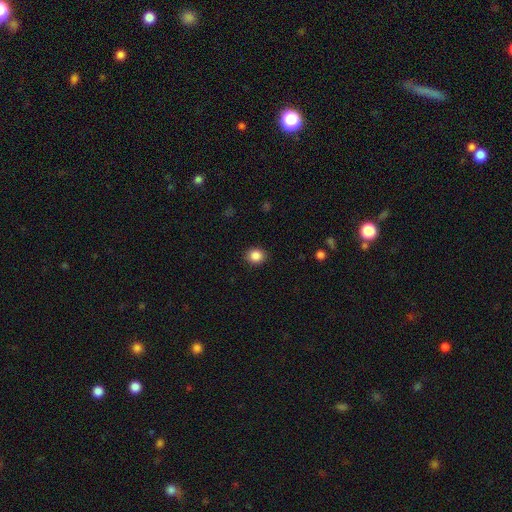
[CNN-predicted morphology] The model was most divided on "how rounded": round: 73%, in between: 26%, cigar-shaped: 1%. More confident: merging — none (89%); smooth or featured — smooth (87%).